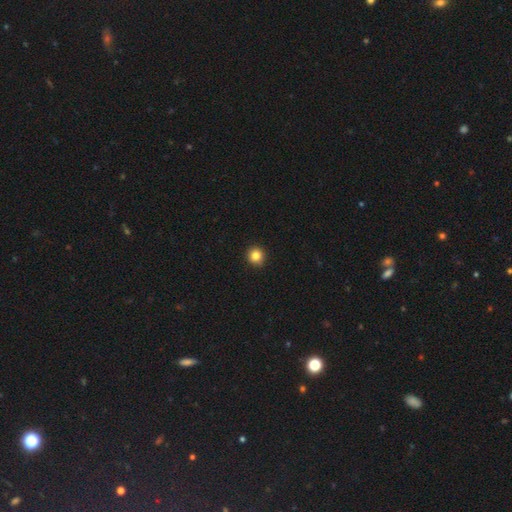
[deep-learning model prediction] A smooth galaxy with no disk features (84%) that is round (94%). Merging: none (93%).